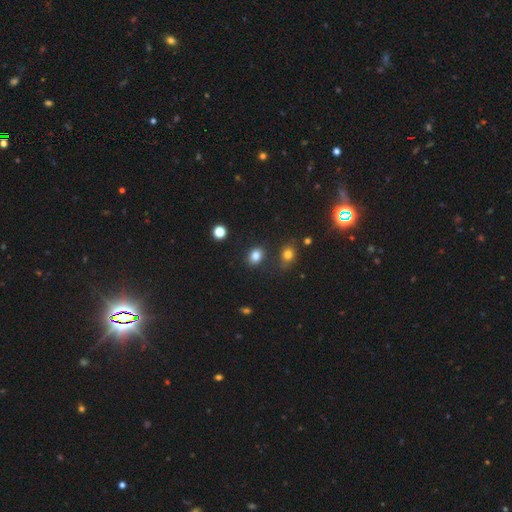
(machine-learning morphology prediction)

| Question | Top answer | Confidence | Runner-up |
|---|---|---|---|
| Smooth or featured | smooth | 82% | star or artifact (12%) |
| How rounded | in between | 54% | round (45%) |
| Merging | none | 80% | minor disturbance (11%) |